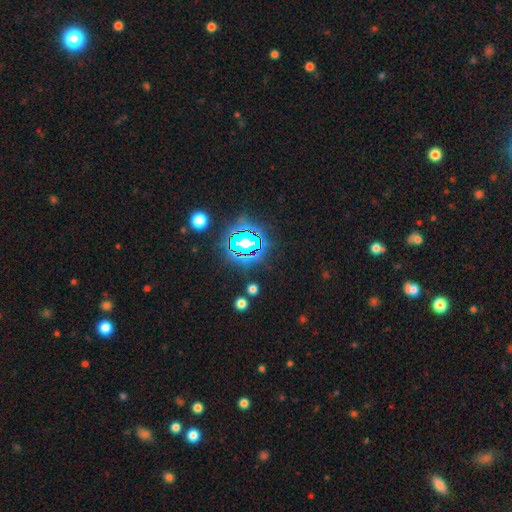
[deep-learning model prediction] smooth-or-featured: star or artifact: 82% | smooth: 11% | featured or disk: 7%